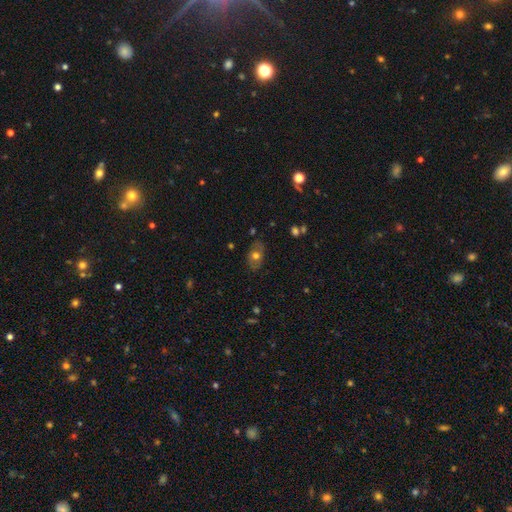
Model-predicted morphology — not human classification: This appears to be a smooth galaxy with no disk features (54%) that is in between round and cigar-shaped (80%). Merging: none (78%).